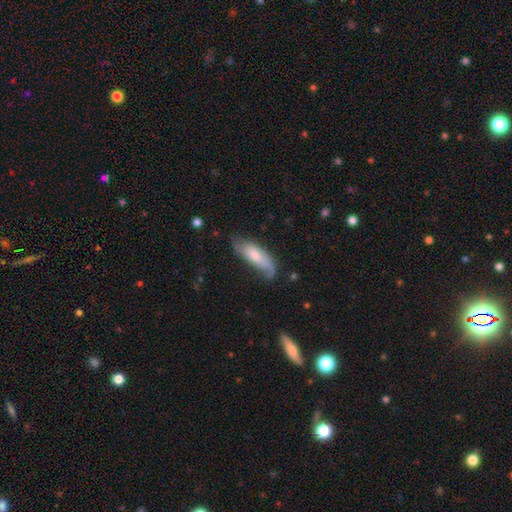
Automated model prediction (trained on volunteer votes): smooth_or_featured: smooth (p=0.57) [alt: featured or disk p=0.37]
how_rounded: in between (p=0.62) [alt: cigar-shaped p=0.36]
merging: none (p=0.53) [alt: minor disturbance p=0.31]